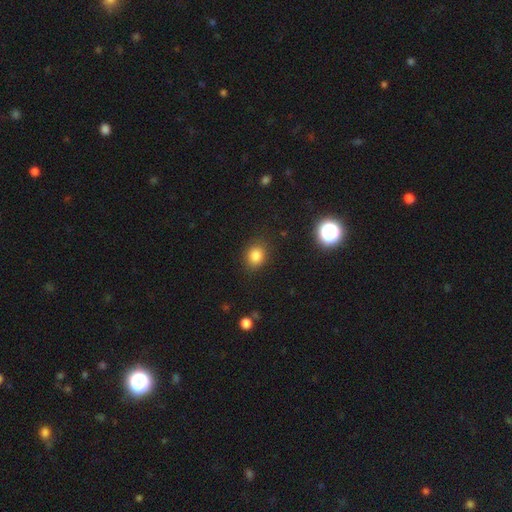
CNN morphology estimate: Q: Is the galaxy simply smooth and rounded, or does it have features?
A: smooth — 82%.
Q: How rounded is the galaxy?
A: round — 59%.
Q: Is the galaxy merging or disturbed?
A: none — 85%.